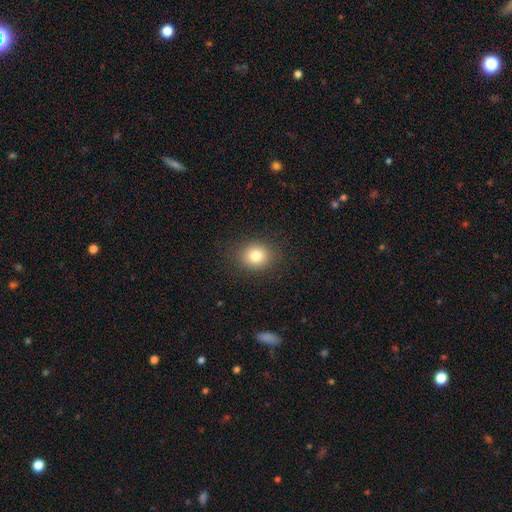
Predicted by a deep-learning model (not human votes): Smooth or featured? smooth (81%)
How rounded? round (70%)
Merging? none (88%)